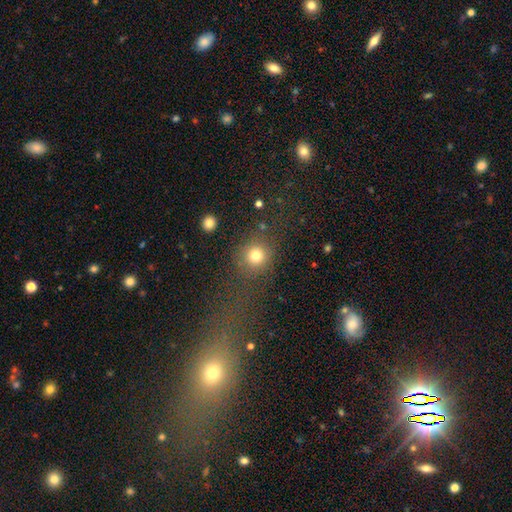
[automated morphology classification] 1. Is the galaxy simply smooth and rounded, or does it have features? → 79% smooth, 14% star or artifact, 7% featured or disk.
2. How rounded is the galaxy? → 84% round, 14% in between, 2% cigar-shaped.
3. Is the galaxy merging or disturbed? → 70% none, 11% minor disturbance, 10% merger, 9% major disturbance.